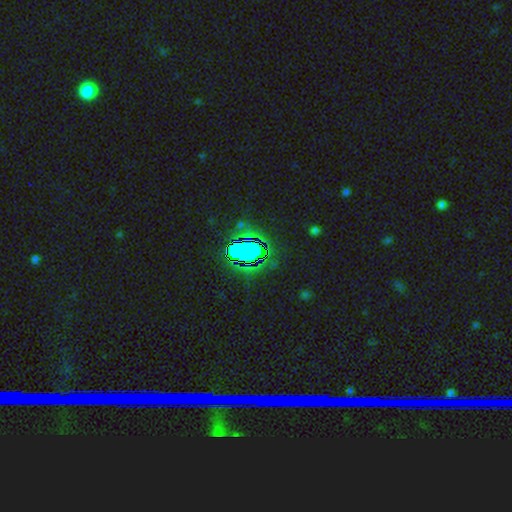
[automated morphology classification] The model was most divided on "smooth or featured": star or artifact: 86%, smooth: 7%, featured or disk: 6%.